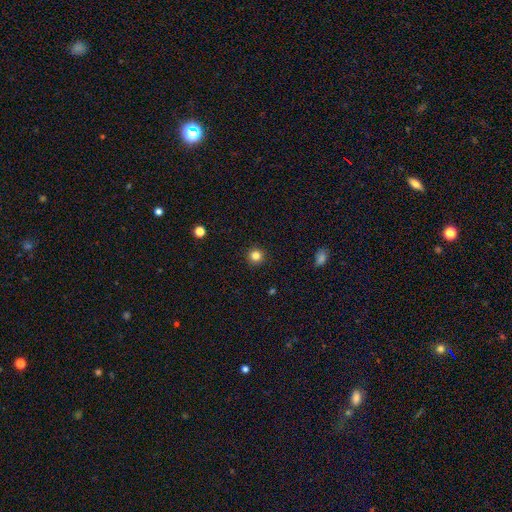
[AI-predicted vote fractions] smooth 83%, star or artifact 12%, featured or disk 5%. Down the decision tree: how rounded — round (95%); merging — none (93%).